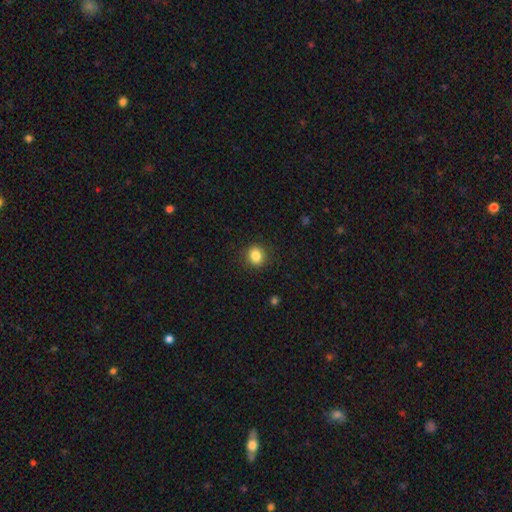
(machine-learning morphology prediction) A smooth galaxy with no disk features (84%) that is round (76%). Merging: none (89%).